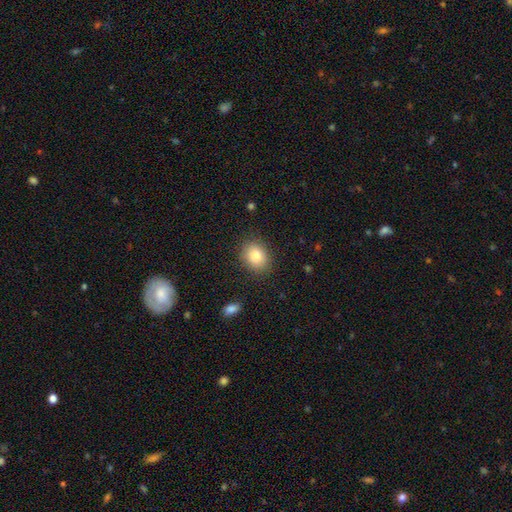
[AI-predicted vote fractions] A smooth galaxy with no disk features (84%) that is in between round and cigar-shaped (53%).

Vote fractions:
- Smooth or featured? smooth: 84% / star or artifact: 9% / featured or disk: 8%
- How rounded? in between: 53% / round: 46% / cigar-shaped: 1%
- Merging? none: 86% / minor disturbance: 10% / major disturbance: 3% / merger: 1%